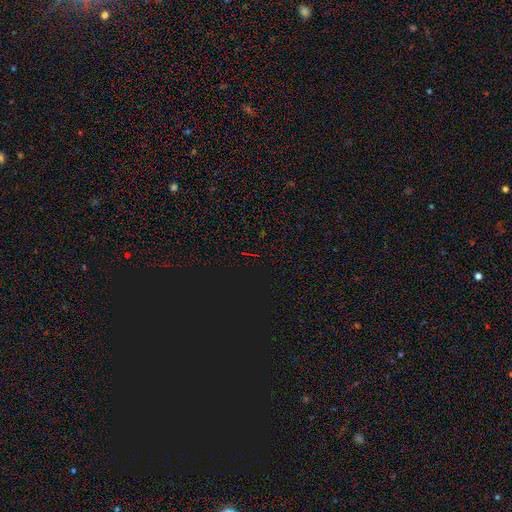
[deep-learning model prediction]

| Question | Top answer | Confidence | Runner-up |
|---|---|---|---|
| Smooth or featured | star or artifact | 80% | smooth (12%) |